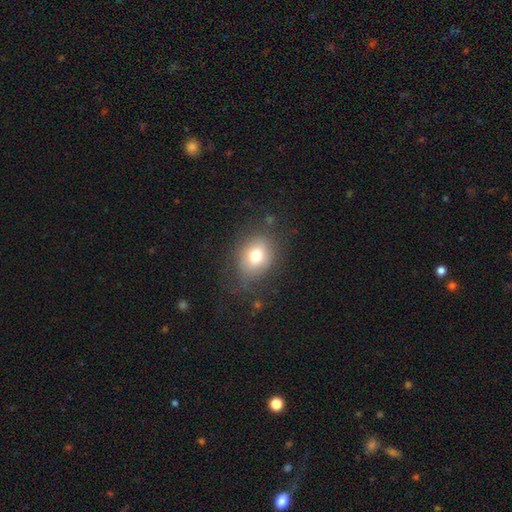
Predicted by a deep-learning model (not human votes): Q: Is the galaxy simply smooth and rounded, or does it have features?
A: smooth — 73%.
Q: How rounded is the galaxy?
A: in between — 58%.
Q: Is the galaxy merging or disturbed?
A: none — 69%.